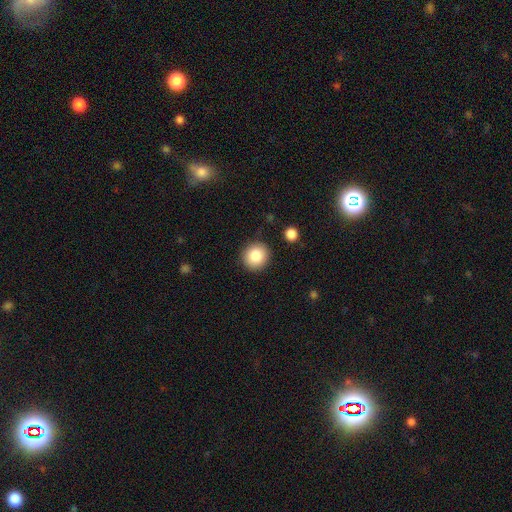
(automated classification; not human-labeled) Overall: smooth (84%). How rounded: round (92%). Merging: none (90%).